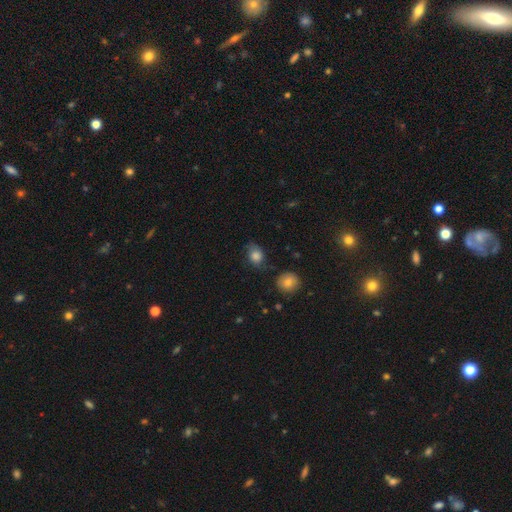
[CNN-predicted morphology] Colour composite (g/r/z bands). It shows a smooth galaxy with no disk features (79%) that is in between round and cigar-shaped (54%). Merging: none (64%).